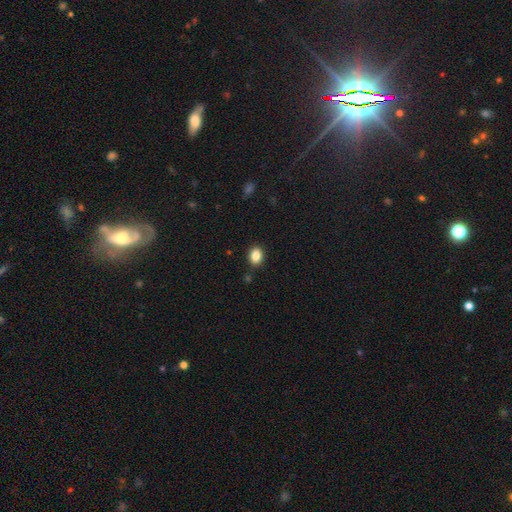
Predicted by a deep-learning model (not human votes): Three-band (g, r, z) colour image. It shows a smooth galaxy with no disk features (85%) that is in between round and cigar-shaped (66%). Merging: none (87%).